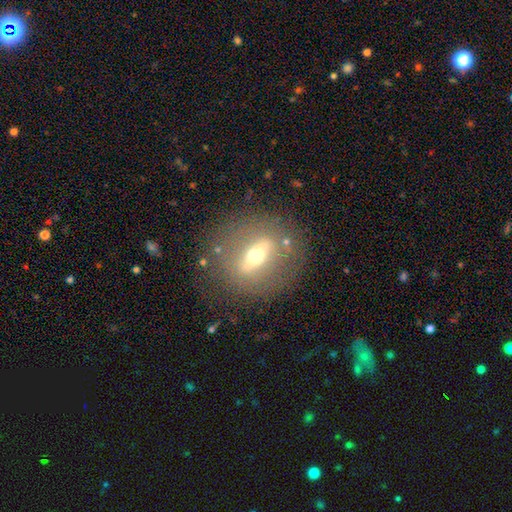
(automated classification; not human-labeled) Smooth or featured? Predicted: featured or disk (p=0.65). Edge-on disk? Predicted: no (p=0.55). Merging? Predicted: none (p=0.80).